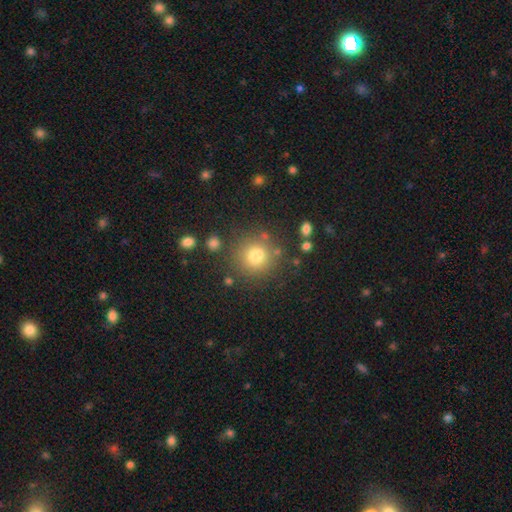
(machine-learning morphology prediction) A smooth galaxy with no disk features (77%) that is round (92%).

Vote fractions:
- Smooth or featured? smooth: 77% / star or artifact: 14% / featured or disk: 9%
- How rounded? round: 92% / in between: 7% / cigar-shaped: 1%
- Merging? none: 80% / minor disturbance: 10% / merger: 6% / major disturbance: 4%